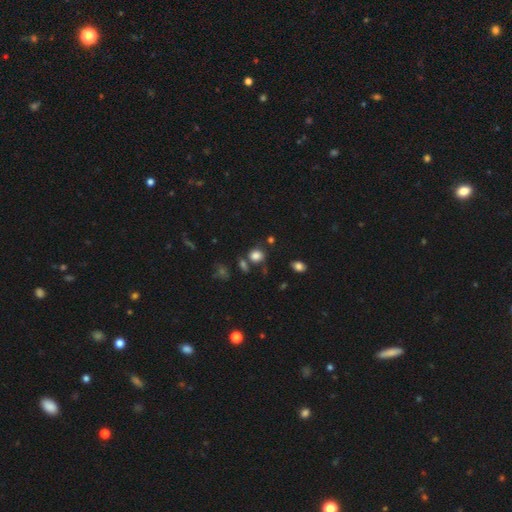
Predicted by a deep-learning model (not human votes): Smooth or featured? Predicted: smooth (p=0.81). How rounded? Predicted: round (p=0.75). Merging? Predicted: none (p=0.70).